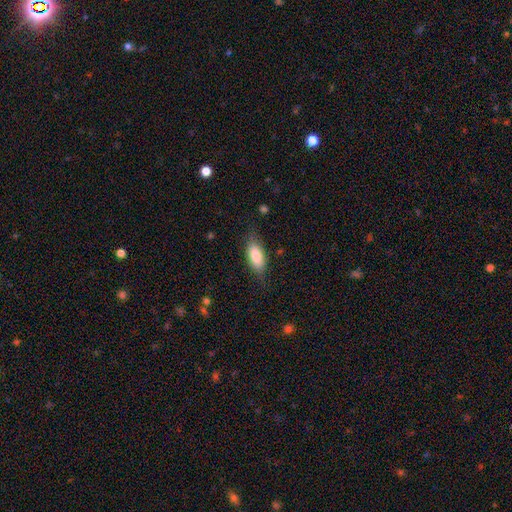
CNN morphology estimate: A smooth galaxy with no disk features (81%) that is in between round and cigar-shaped (82%).

Vote fractions:
- Smooth or featured? smooth: 81% / featured or disk: 12% / star or artifact: 6%
- How rounded? in between: 82% / cigar-shaped: 16% / round: 2%
- Merging? none: 73% / minor disturbance: 20% / major disturbance: 6% / merger: 1%